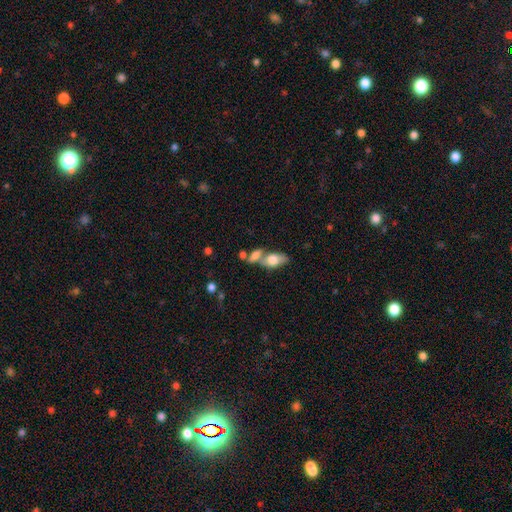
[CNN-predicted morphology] This appears to be a smooth galaxy with no disk features (65%) that is in between round and cigar-shaped (76%). Merging: merger (54%).